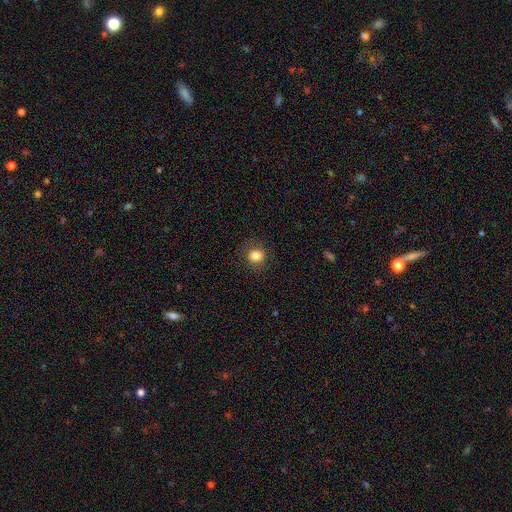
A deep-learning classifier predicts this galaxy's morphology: A smooth galaxy with no disk features (82%) that is round (77%). Merging: none (85%).